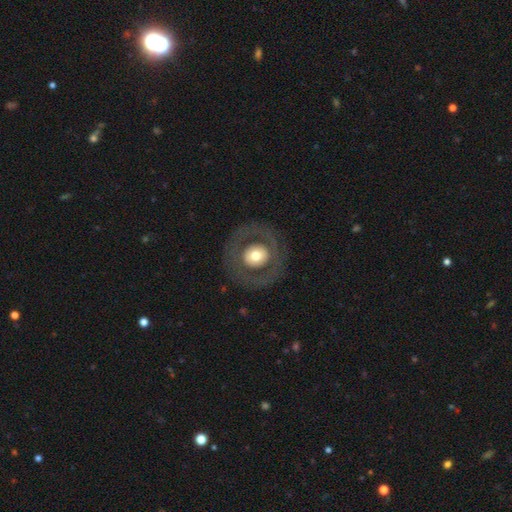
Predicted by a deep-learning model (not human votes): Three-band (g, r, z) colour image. It shows a featured or disk galaxy (49%). Merging: none (82%).